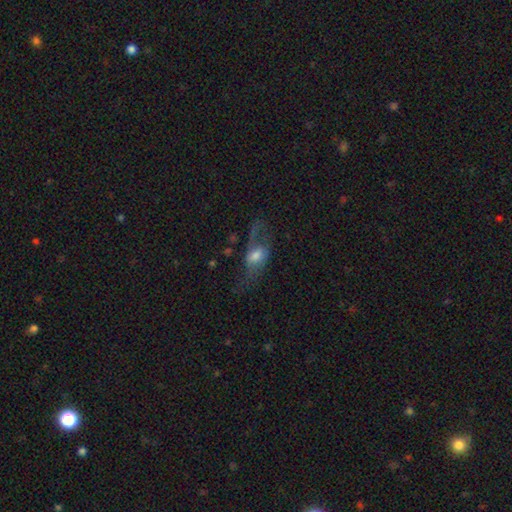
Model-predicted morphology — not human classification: Smooth or featured: featured or disk — 56% (smooth — 35%)
Edge-on disk: no — 80% (yes — 20%)
Merging: none — 50% (major disturbance — 27%)